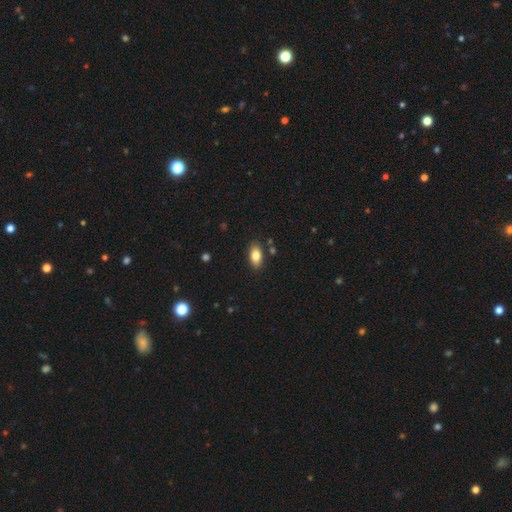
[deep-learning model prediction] smooth 84%, featured or disk 9%, star or artifact 8%. Down the decision tree: how rounded — in between (91%); merging — none (85%).